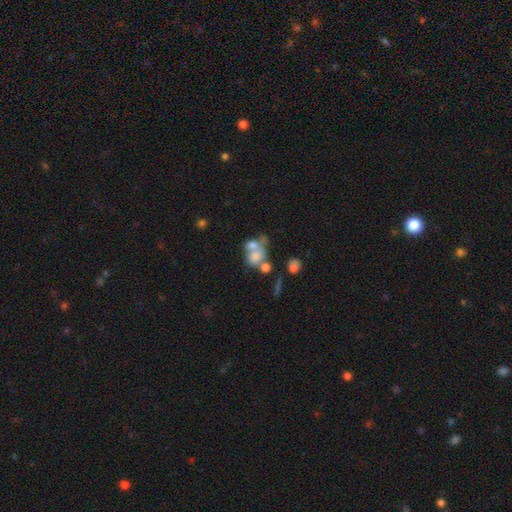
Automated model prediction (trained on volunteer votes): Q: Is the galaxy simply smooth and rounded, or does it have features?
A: smooth — 60%.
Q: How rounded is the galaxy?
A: in between — 52%.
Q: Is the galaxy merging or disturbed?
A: merger — 58%.